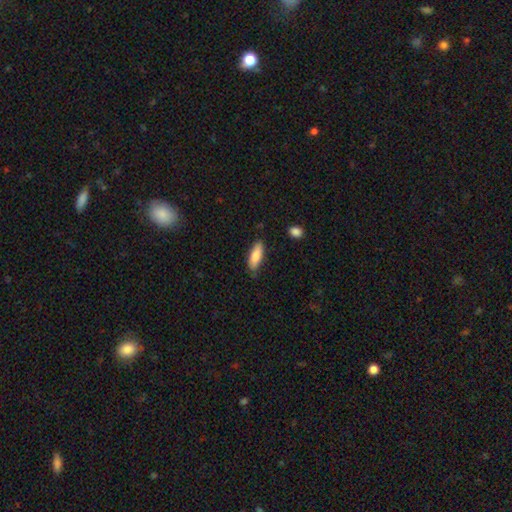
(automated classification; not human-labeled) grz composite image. It shows a smooth galaxy with no disk features (84%) that is in between round and cigar-shaped (61%). Merging: none (80%).